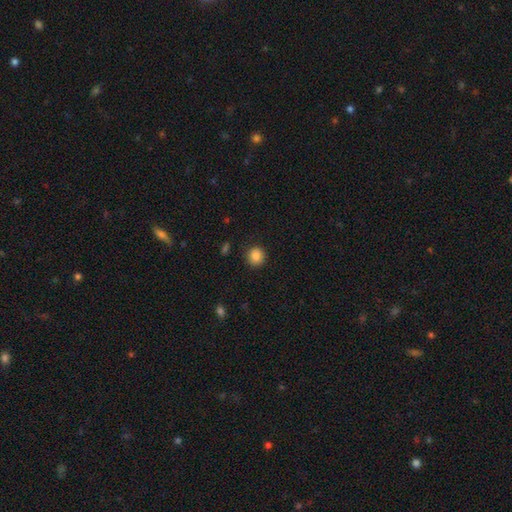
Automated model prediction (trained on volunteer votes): Smooth or featured? Predicted: smooth (p=0.86). How rounded? Predicted: round (p=0.88). Merging? Predicted: none (p=0.89).